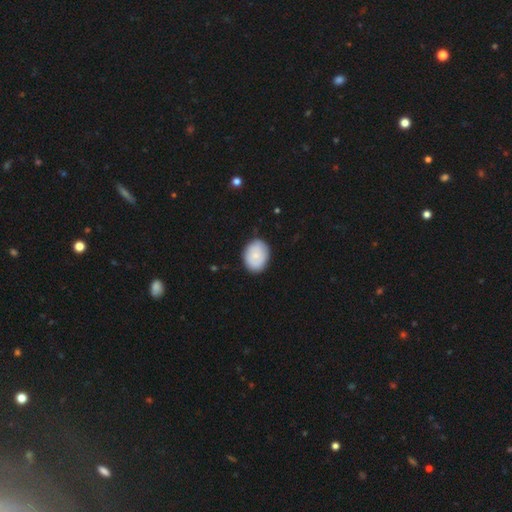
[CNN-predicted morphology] Smooth or featured: smooth — 75% (featured or disk — 19%)
How rounded: in between — 61% (round — 38%)
Merging: none — 83% (minor disturbance — 13%)